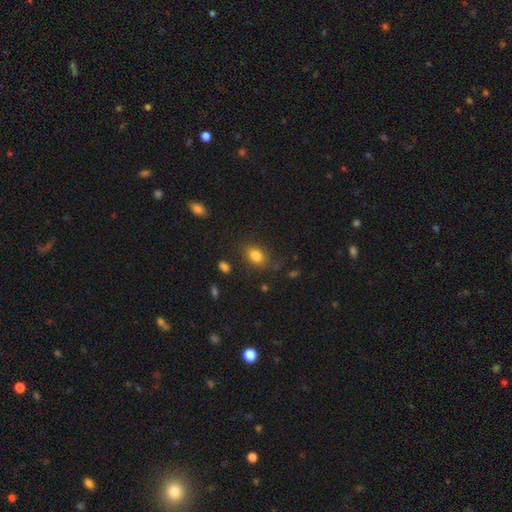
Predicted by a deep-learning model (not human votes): smooth 82%, star or artifact 10%, featured or disk 8%. Down the decision tree: how rounded — in between (79%); merging — none (76%).